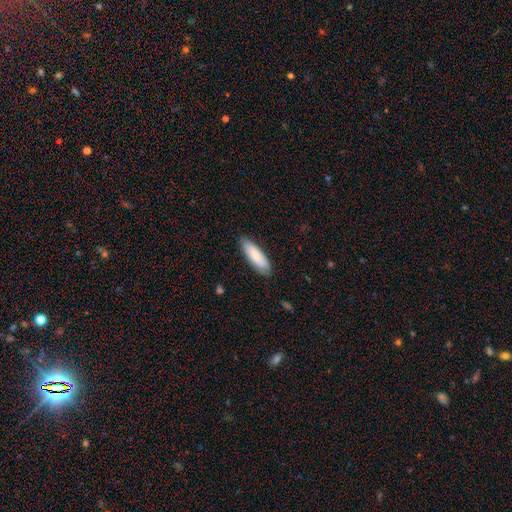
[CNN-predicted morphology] This is clearly a smooth galaxy (82%). How rounded: possibly in between (52%). Merging: clearly none (84%).